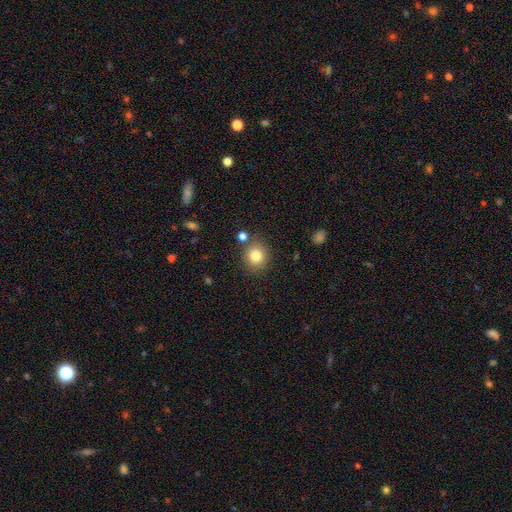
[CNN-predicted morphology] Smooth or featured? smooth (82%)
How rounded? round (83%)
Merging? none (81%)